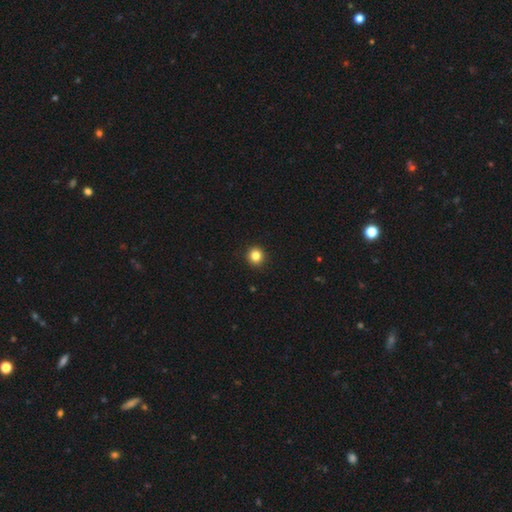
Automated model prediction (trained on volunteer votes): This is clearly a smooth galaxy (84%). How rounded: clearly round (93%). Merging: clearly none (93%).